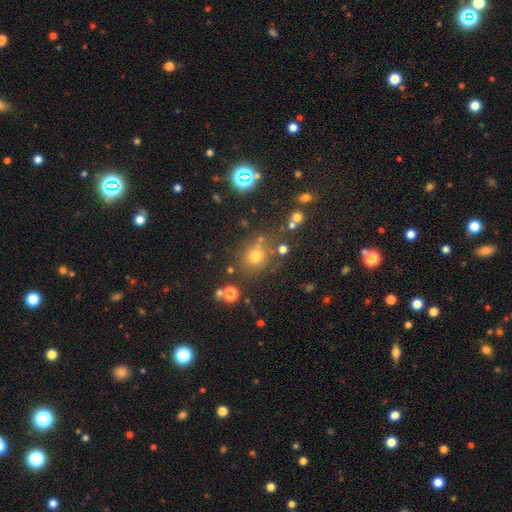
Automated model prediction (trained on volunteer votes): Smooth or featured? smooth (66%)
How rounded? round (81%)
Merging? none (74%)